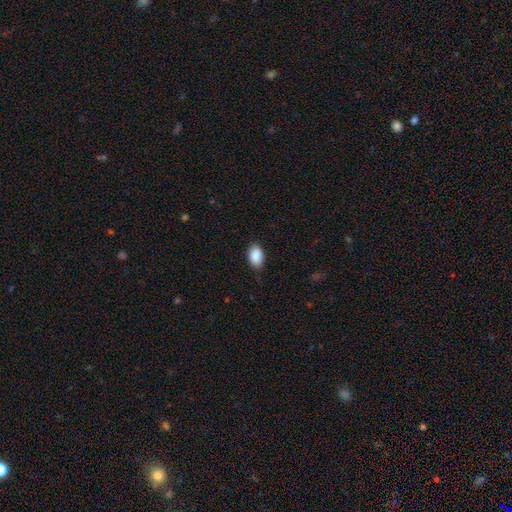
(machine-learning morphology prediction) Smooth or featured?
  - smooth: 90% *
  - star or artifact: 7%
  - featured or disk: 4%
How rounded?
  - in between: 90% *
  - round: 8%
  - cigar-shaped: 1%
Merging?
  - none: 79% *
  - minor disturbance: 17%
  - major disturbance: 3%
  - merger: 1%